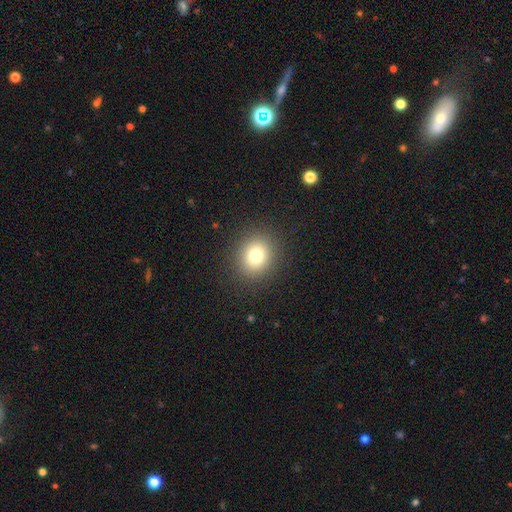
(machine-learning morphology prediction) A smooth galaxy with no disk features (77%) that is round (83%).

Vote fractions:
- Smooth or featured? smooth: 77% / star or artifact: 14% / featured or disk: 9%
- How rounded? round: 83% / in between: 16% / cigar-shaped: 1%
- Merging? none: 90% / minor disturbance: 6% / major disturbance: 3% / merger: 1%